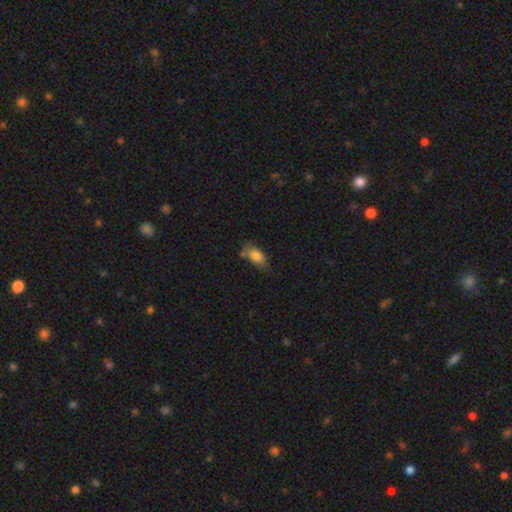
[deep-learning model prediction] Smooth or featured? Predicted: smooth (p=0.78). How rounded? Predicted: in between (p=0.87). Merging? Predicted: none (p=0.54).